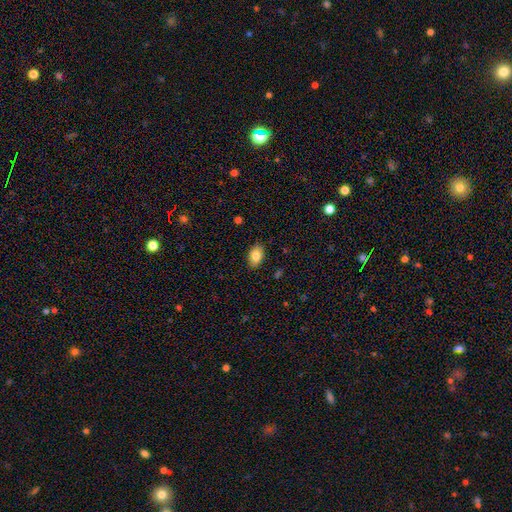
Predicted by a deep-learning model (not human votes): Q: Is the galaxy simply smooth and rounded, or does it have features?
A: smooth — 84%.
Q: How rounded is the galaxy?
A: in between — 90%.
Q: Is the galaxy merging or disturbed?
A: none — 86%.